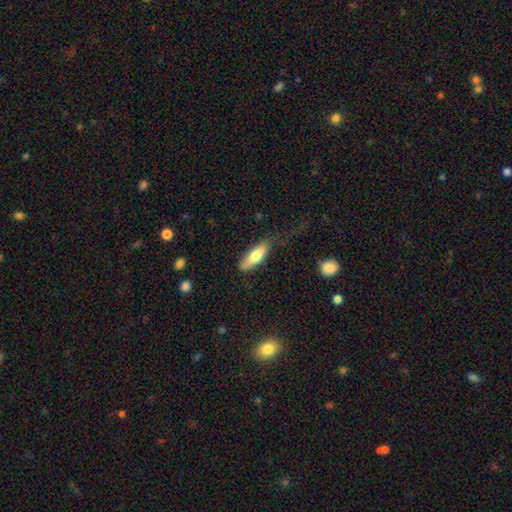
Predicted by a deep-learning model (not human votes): Overall: smooth (66%; featured or disk 29%). How rounded: in between (50%; cigar-shaped 48%). Merging: none (73%).